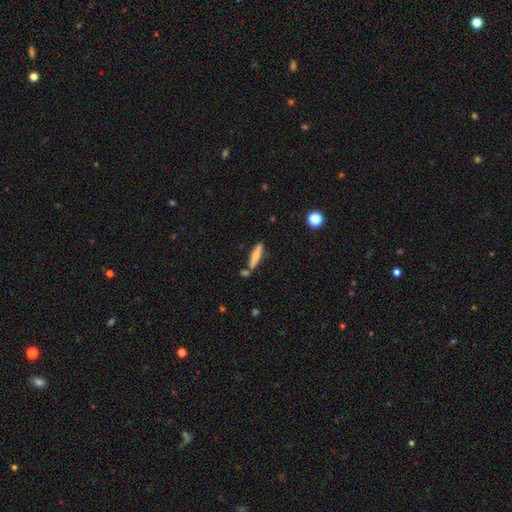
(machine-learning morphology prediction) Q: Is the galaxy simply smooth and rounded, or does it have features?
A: smooth — 64%.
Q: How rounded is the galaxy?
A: cigar-shaped — 82%.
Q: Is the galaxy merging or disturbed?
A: none — 72%.